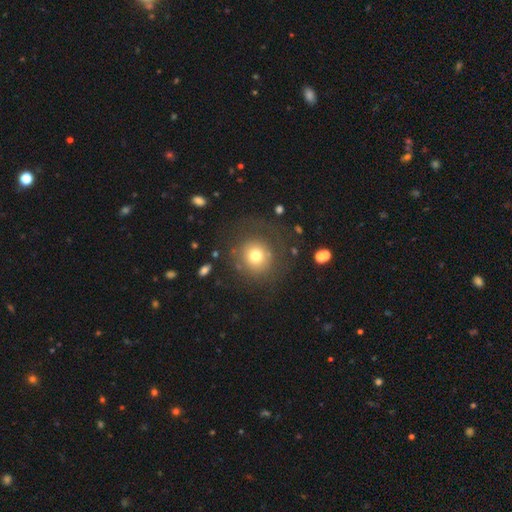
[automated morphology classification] Overall: smooth (70%). How rounded: round (90%). Merging: none (70%).